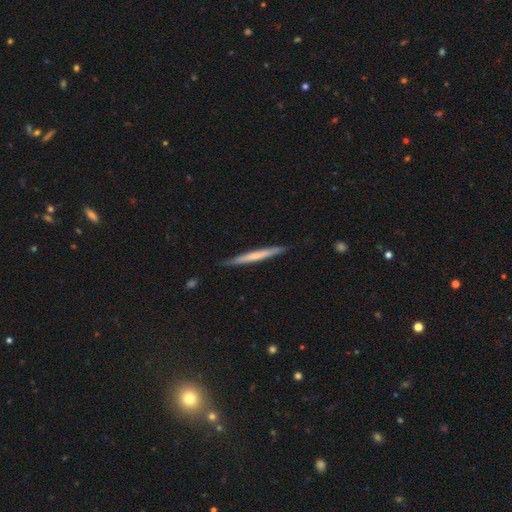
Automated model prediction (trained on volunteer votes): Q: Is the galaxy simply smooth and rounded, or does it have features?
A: smooth — 49%.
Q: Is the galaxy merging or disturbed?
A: none — 88%.